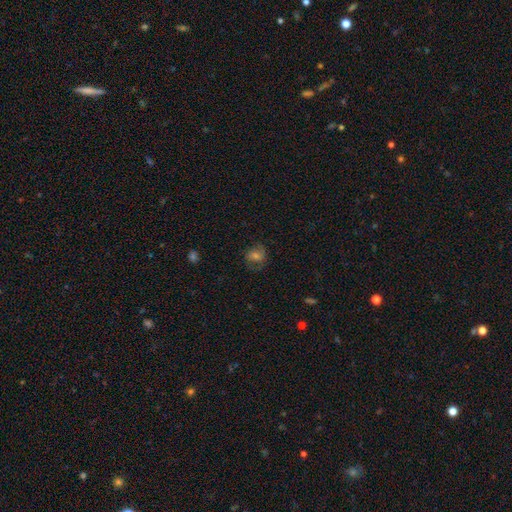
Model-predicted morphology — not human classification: Overall: smooth (45%; featured or disk 39%). Merging: none (74%).